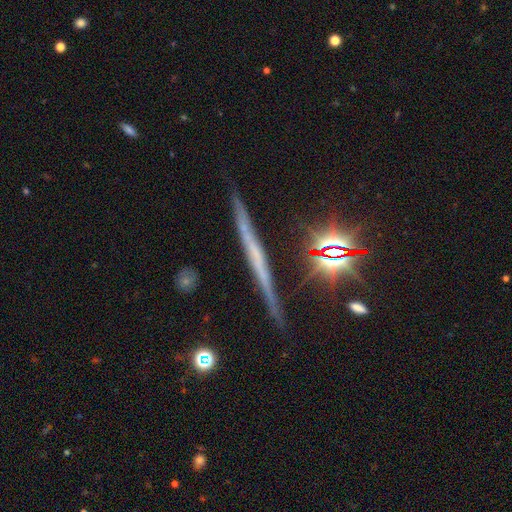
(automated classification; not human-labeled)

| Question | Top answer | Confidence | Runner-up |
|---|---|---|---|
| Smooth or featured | featured or disk | 59% | smooth (25%) |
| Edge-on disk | yes | 96% | no (4%) |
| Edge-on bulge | none | 84% | rounded (10%) |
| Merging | none | 87% | minor disturbance (10%) |